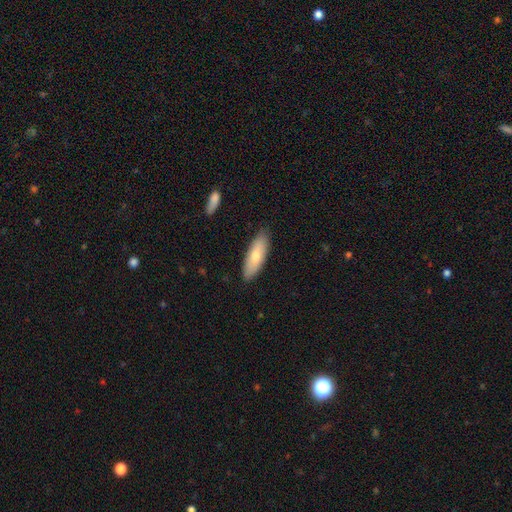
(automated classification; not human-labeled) The model was most divided on "how rounded": in between: 60%, cigar-shaped: 38%, round: 2%. More confident: merging — none (86%); smooth or featured — smooth (71%).